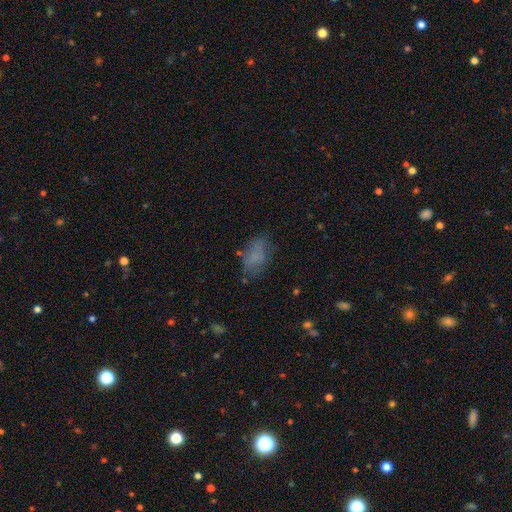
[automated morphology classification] Smooth or featured?
  - smooth: 72% *
  - featured or disk: 16%
  - star or artifact: 12%
How rounded?
  - in between: 89% *
  - round: 7%
  - cigar-shaped: 4%
Merging?
  - none: 62% *
  - minor disturbance: 23%
  - major disturbance: 12%
  - merger: 3%